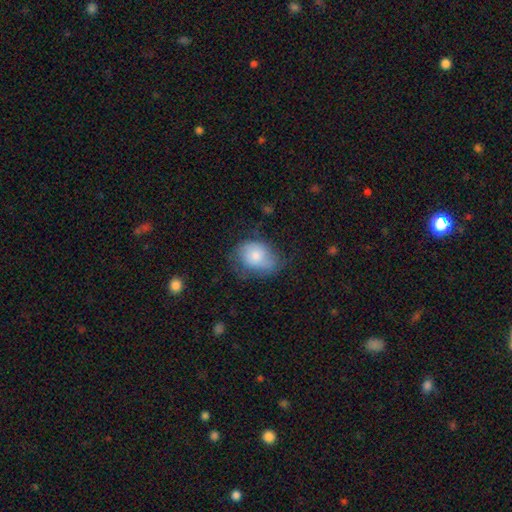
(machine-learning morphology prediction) The model was most divided on "merging": none: 45%, minor disturbance: 34%, major disturbance: 19%, merger: 2%. More confident: smooth or featured — smooth (68%); how rounded — in between (63%).